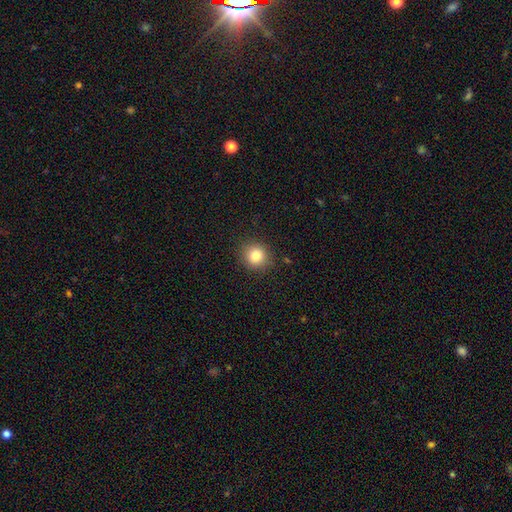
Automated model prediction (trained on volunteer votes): Smooth or featured?
  - smooth: 84% *
  - star or artifact: 11%
  - featured or disk: 6%
How rounded?
  - round: 89% *
  - in between: 10%
  - cigar-shaped: 1%
Merging?
  - none: 89% *
  - minor disturbance: 8%
  - major disturbance: 2%
  - merger: 1%